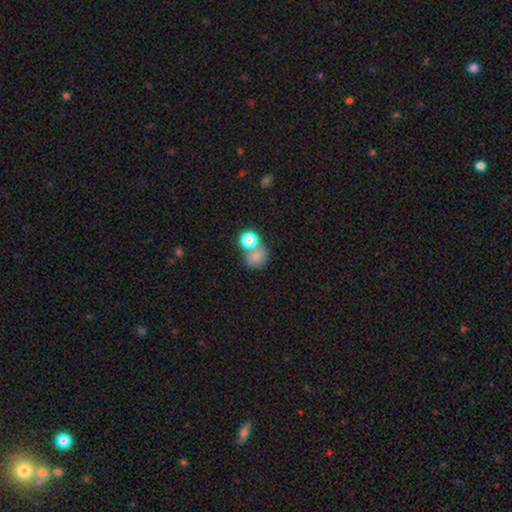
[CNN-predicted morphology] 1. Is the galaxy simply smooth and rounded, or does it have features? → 78% smooth, 11% star or artifact, 11% featured or disk.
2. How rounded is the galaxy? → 76% round, 23% in between, 1% cigar-shaped.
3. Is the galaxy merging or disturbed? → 45% merger, 39% none, 10% minor disturbance, 6% major disturbance.